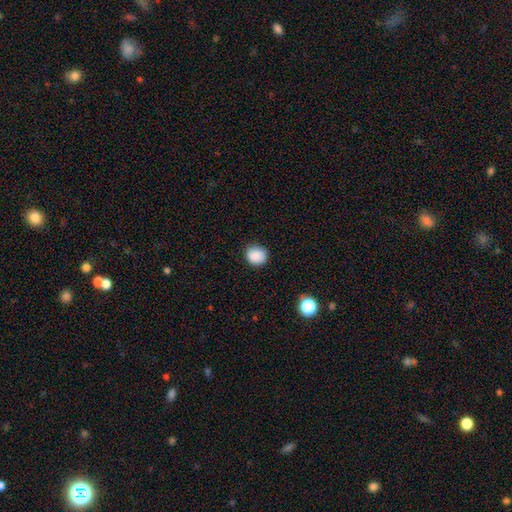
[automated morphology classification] smooth-or-featured: smooth: 88% | star or artifact: 9% | featured or disk: 3%
  how-rounded: round: 79% | in between: 20% | cigar-shaped: 1%
  merging: none: 87% | minor disturbance: 10% | major disturbance: 2% | merger: 1%